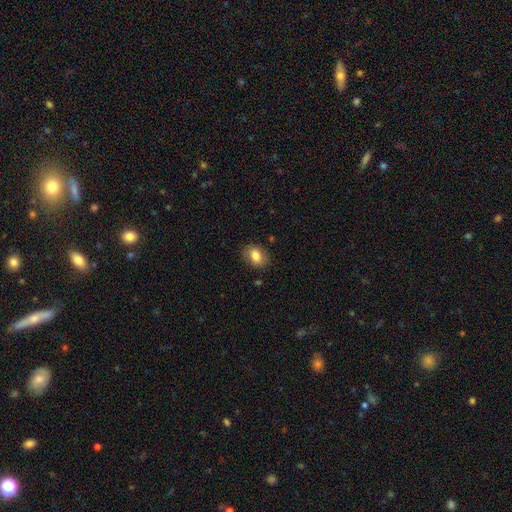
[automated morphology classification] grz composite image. It shows a smooth galaxy with no disk features (81%) that is in between round and cigar-shaped (72%). Merging: none (83%).